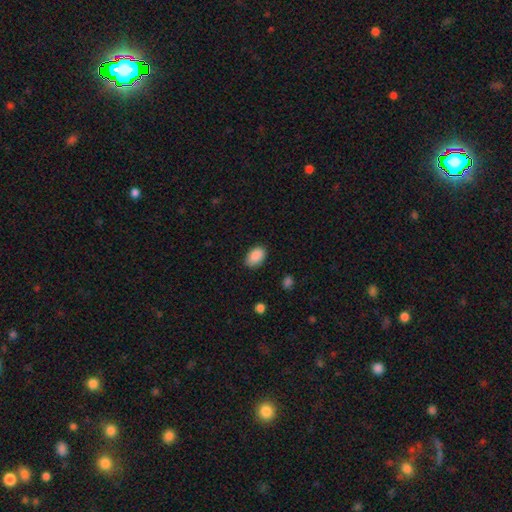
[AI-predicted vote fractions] smooth_or_featured: smooth (p=0.90) [alt: star or artifact p=0.07]
how_rounded: in between (p=0.90) [alt: round p=0.09]
merging: none (p=0.84) [alt: minor disturbance p=0.12]